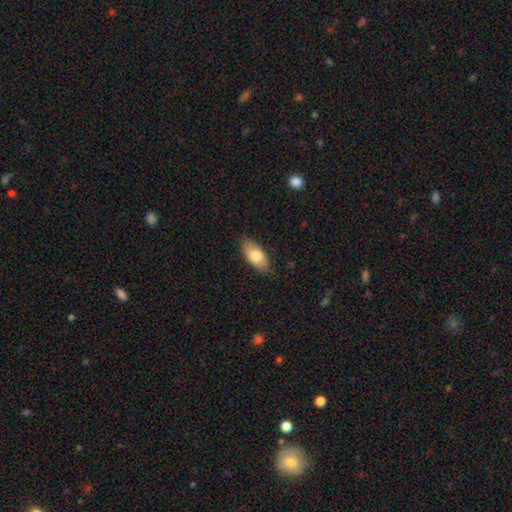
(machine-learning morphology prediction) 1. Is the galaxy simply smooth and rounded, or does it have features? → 78% smooth, 16% featured or disk, 6% star or artifact.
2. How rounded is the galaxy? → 89% in between, 8% cigar-shaped, 3% round.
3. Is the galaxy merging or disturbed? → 80% none, 16% minor disturbance, 3% major disturbance, 1% merger.